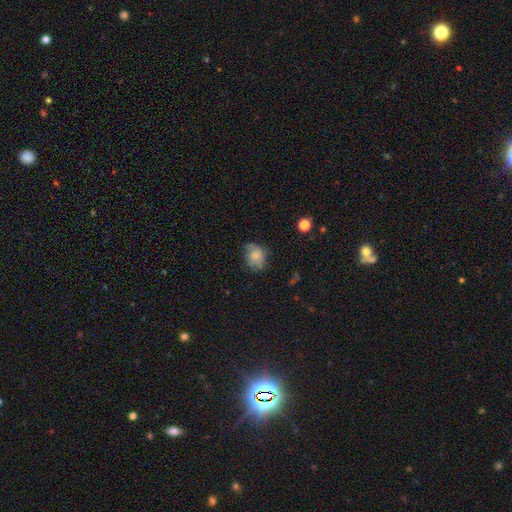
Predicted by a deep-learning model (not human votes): smooth 71%, featured or disk 20%, star or artifact 9%. Down the decision tree: how rounded — in between (51%); merging — none (54%).